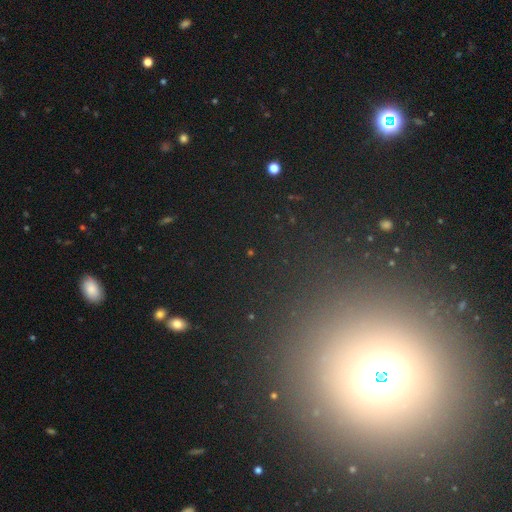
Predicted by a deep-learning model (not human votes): A star or artifact, not a galaxy (62%).

Vote fractions:
- Smooth or featured? star or artifact: 62% / smooth: 21% / featured or disk: 17%